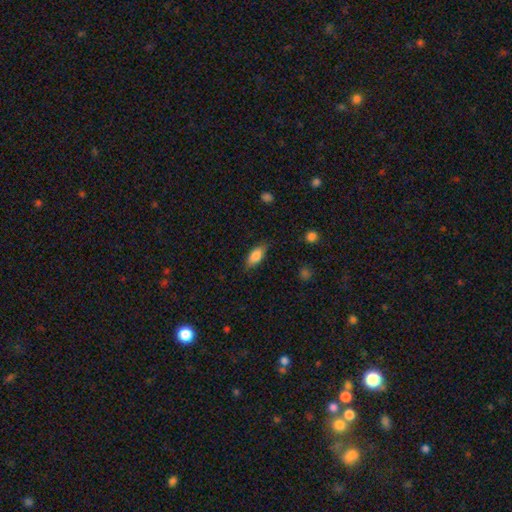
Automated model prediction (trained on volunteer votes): The model was most divided on "merging": none: 81%, minor disturbance: 15%, major disturbance: 3%, merger: 1%. More confident: how rounded — in between (85%); smooth or featured — smooth (82%).